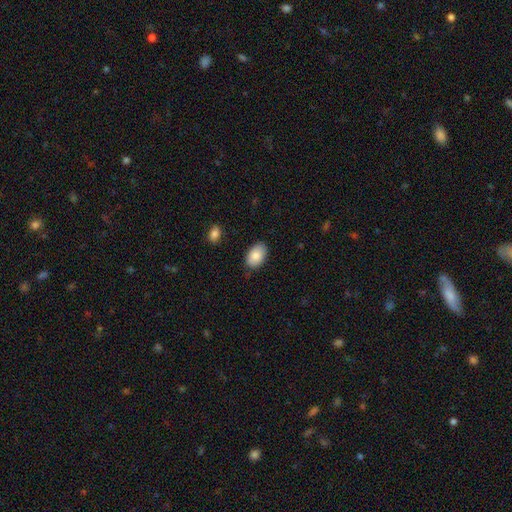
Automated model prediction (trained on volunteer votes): Smooth or featured? smooth (86%)
How rounded? in between (92%)
Merging? none (84%)